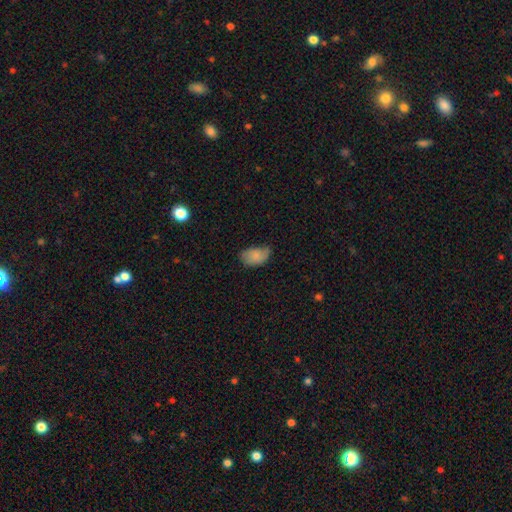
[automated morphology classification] This appears to be a smooth galaxy with no disk features (79%) that is in between round and cigar-shaped (90%). Merging: none (46%).